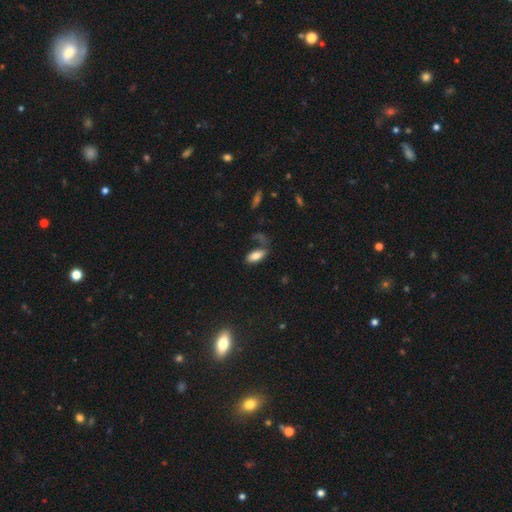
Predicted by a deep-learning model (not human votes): smooth 82%, featured or disk 10%, star or artifact 8%. Down the decision tree: how rounded — in between (86%); merging — none (60%).